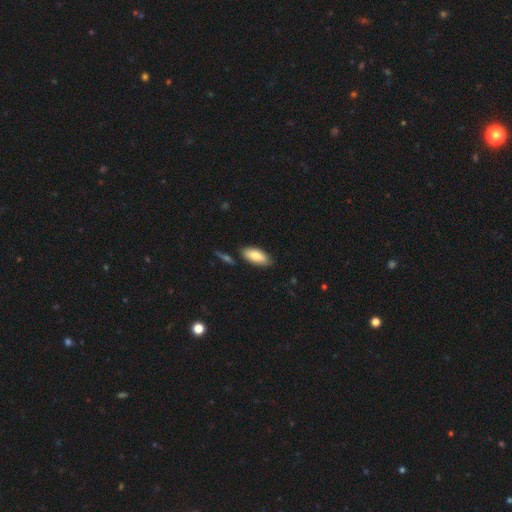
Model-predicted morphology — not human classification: smooth-or-featured: smooth: 82% | featured or disk: 12% | star or artifact: 6%
  how-rounded: in between: 85% | cigar-shaped: 13% | round: 2%
  merging: none: 80% | minor disturbance: 14% | merger: 4% | major disturbance: 2%